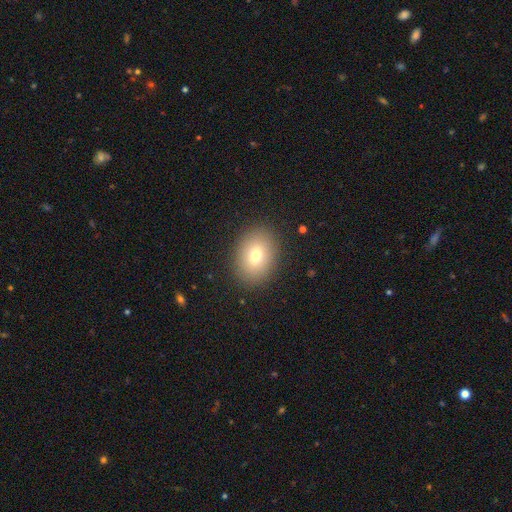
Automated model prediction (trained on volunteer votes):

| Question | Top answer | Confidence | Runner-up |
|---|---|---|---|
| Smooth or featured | smooth | 74% | featured or disk (15%) |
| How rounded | in between | 64% | round (35%) |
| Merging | none | 88% | minor disturbance (8%) |